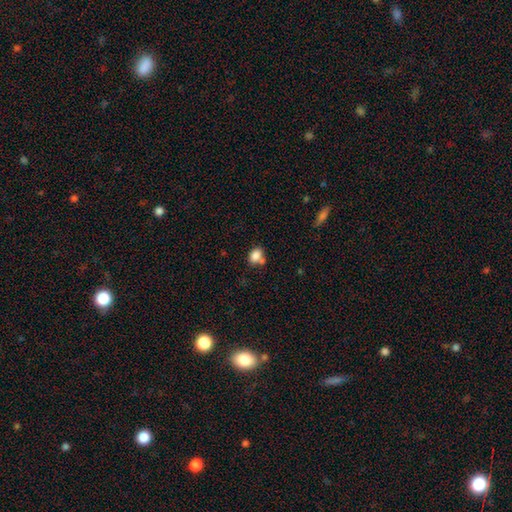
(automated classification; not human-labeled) Overall: smooth (83%). How rounded: in between (68%; round 31%). Merging: none (53%; merger 26%).